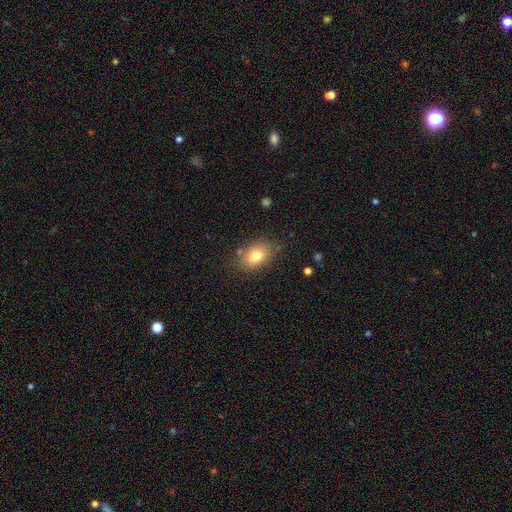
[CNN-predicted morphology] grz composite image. It shows a smooth galaxy with no disk features (79%) that is in between round and cigar-shaped (80%). Merging: none (78%).